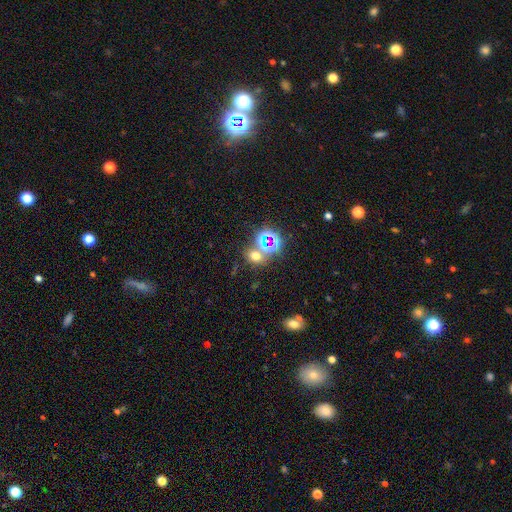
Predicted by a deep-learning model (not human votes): A smooth galaxy with no disk features (54%) that is round (64%). Merging: none (65%).